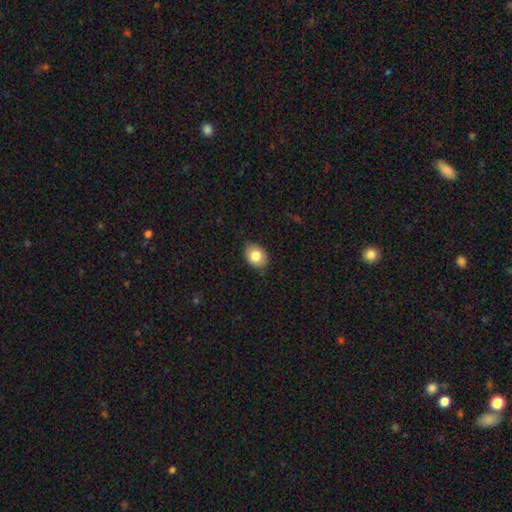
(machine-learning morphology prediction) Q: Smooth or featured?
A: smooth (81%); runner-up: featured or disk (10%)
Q: How rounded?
A: in between (67%); runner-up: round (32%)
Q: Merging?
A: none (79%); runner-up: minor disturbance (18%)